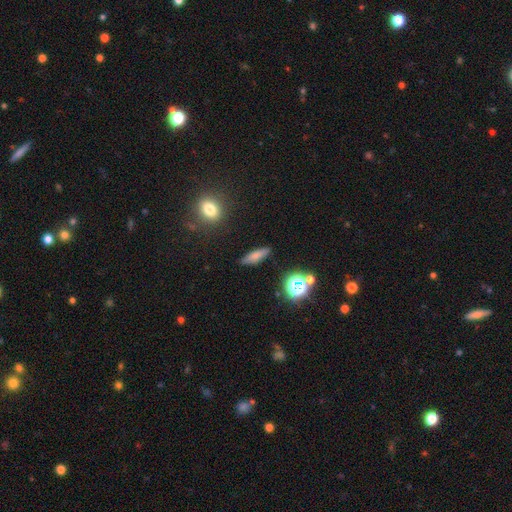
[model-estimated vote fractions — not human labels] Q: Smooth or featured?
A: smooth (69%); runner-up: featured or disk (17%)
Q: How rounded?
A: cigar-shaped (58%); runner-up: in between (36%)
Q: Merging?
A: none (84%); runner-up: minor disturbance (11%)